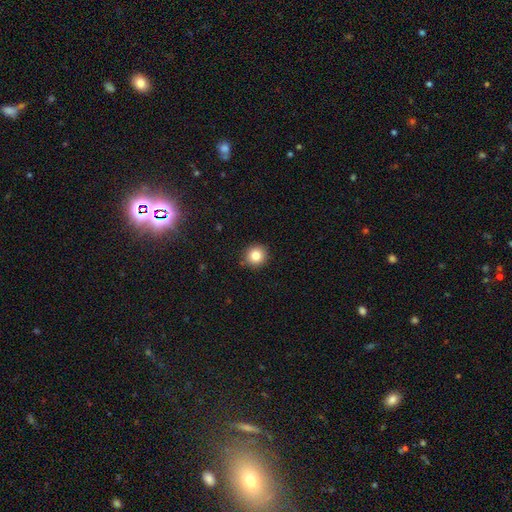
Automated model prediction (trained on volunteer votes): The model was most divided on "smooth or featured": smooth: 83%, star or artifact: 11%, featured or disk: 6%. More confident: how rounded — round (92%); merging — none (89%).